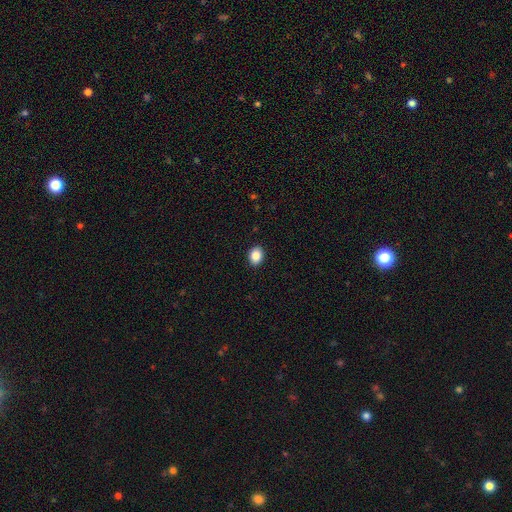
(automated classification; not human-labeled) This is clearly a smooth galaxy (86%). How rounded: possibly in between (59%). Merging: clearly none (91%).